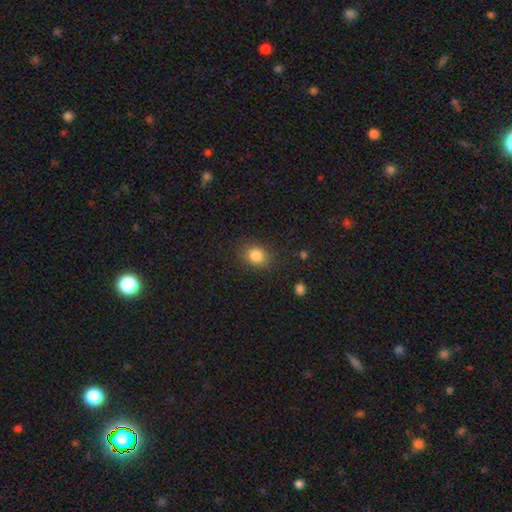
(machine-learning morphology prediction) smooth_or_featured: smooth (p=0.84) [alt: star or artifact p=0.10]
how_rounded: round (p=0.61) [alt: in between p=0.38]
merging: none (p=0.85) [alt: minor disturbance p=0.10]